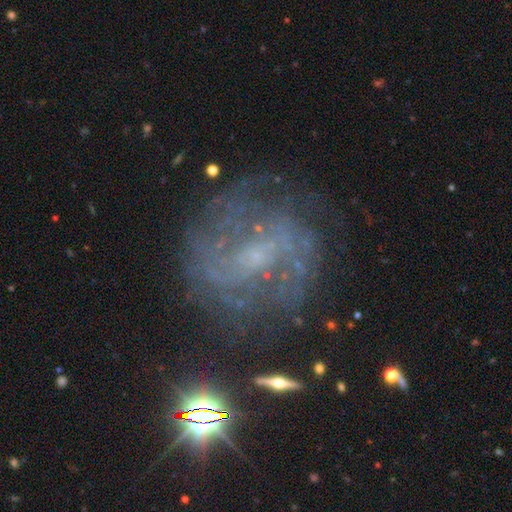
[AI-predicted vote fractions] This appears to be a featured or disk galaxy (74%) with a weak bar (49%), 2 (38%, tied with can't tell) medium (42%) spiral arms (85%) and a small central bulge (66%). Merging: none (72%).